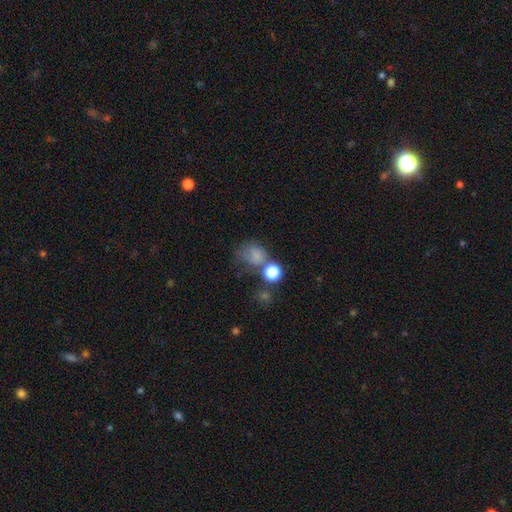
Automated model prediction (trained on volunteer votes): Morphology: type=smooth (69%); roundness=round (62%); merging=none (42%).